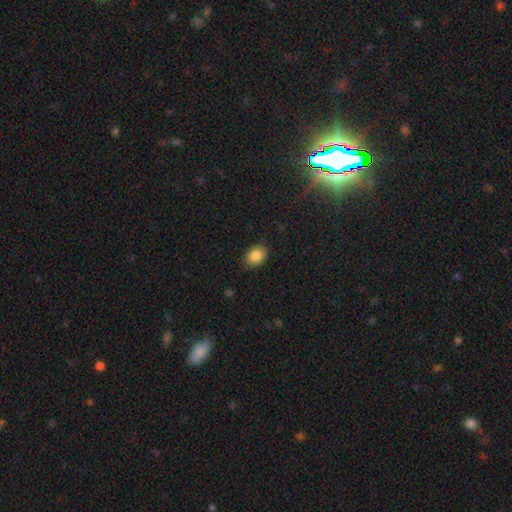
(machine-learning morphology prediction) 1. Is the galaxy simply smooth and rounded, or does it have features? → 86% smooth, 9% star or artifact, 6% featured or disk.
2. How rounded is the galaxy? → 66% in between, 33% round, 1% cigar-shaped.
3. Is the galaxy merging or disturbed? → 84% none, 12% minor disturbance, 3% major disturbance, 1% merger.